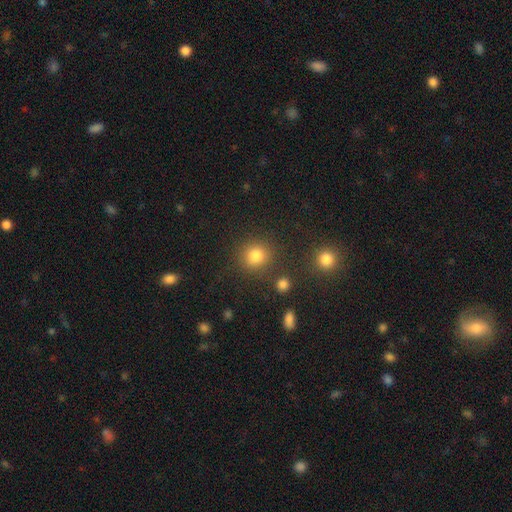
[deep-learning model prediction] A smooth galaxy with no disk features (80%) that is round (87%). Merging: none (80%).